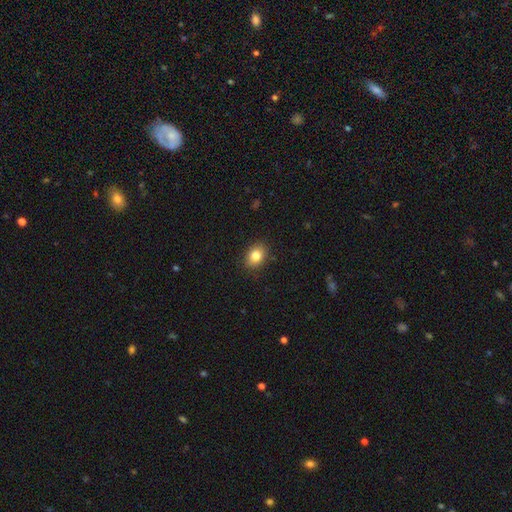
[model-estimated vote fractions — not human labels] smooth_or_featured: smooth (p=0.83) [alt: star or artifact p=0.10]
how_rounded: in between (p=0.63) [alt: round p=0.36]
merging: none (p=0.88) [alt: minor disturbance p=0.09]